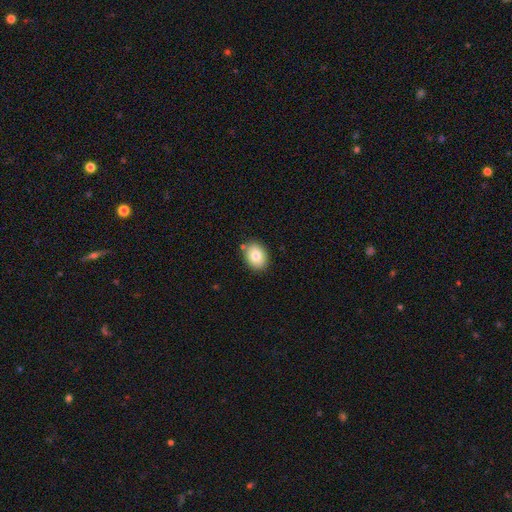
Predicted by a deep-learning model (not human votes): A smooth galaxy with no disk features (82%) that is in between round and cigar-shaped (66%).

Vote fractions:
- Smooth or featured? smooth: 82% / featured or disk: 10% / star or artifact: 8%
- How rounded? in between: 66% / round: 33% / cigar-shaped: 1%
- Merging? none: 83% / minor disturbance: 11% / merger: 4% / major disturbance: 2%